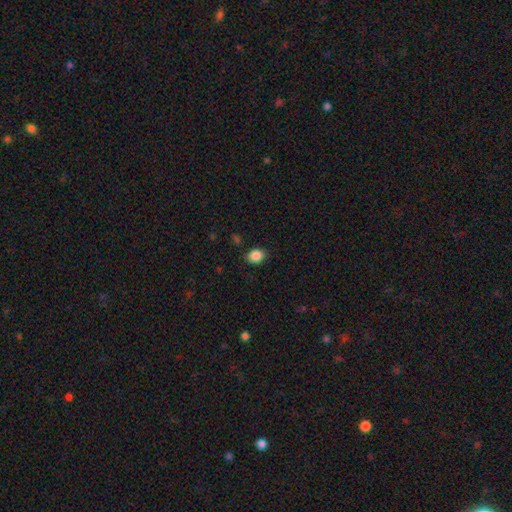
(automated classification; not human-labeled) Overall: smooth (87%). How rounded: round (50%; in between 49%). Merging: none (85%).